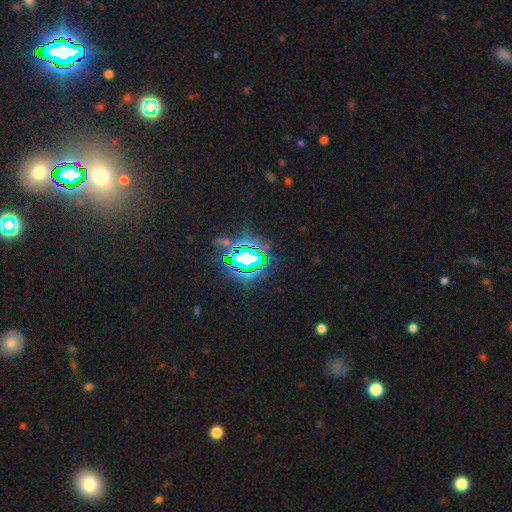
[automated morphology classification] Q: Smooth or featured?
A: star or artifact (80%); runner-up: smooth (12%)